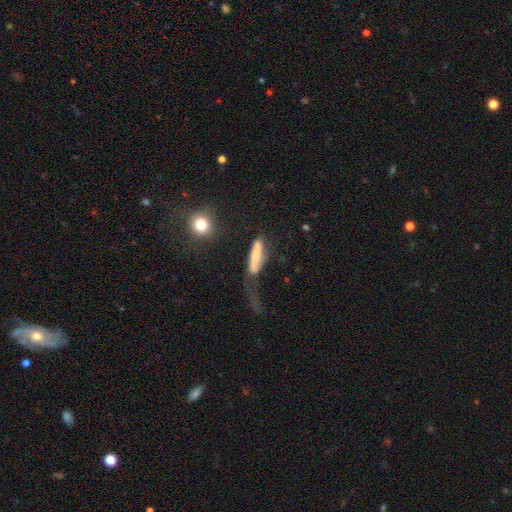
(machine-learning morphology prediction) Smooth or featured?
  - smooth: 57% *
  - featured or disk: 36%
  - star or artifact: 7%
How rounded?
  - cigar-shaped: 69% *
  - in between: 28%
  - round: 3%
Merging?
  - none: 36% *
  - major disturbance: 29%
  - minor disturbance: 26%
  - merger: 9%